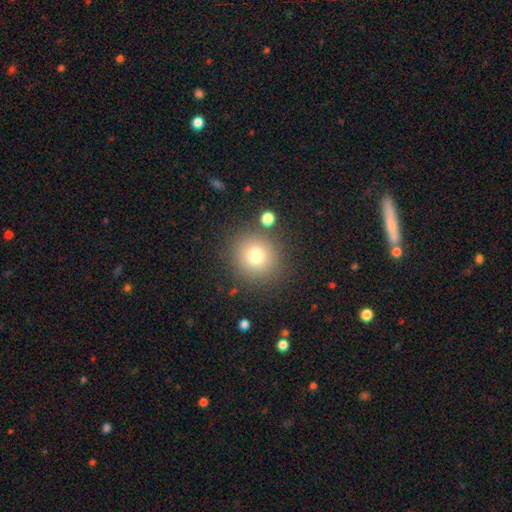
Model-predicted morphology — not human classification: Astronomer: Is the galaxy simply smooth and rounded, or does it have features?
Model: smooth — 75%.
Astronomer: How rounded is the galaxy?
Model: round — 91%.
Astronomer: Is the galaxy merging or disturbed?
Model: none — 85%.